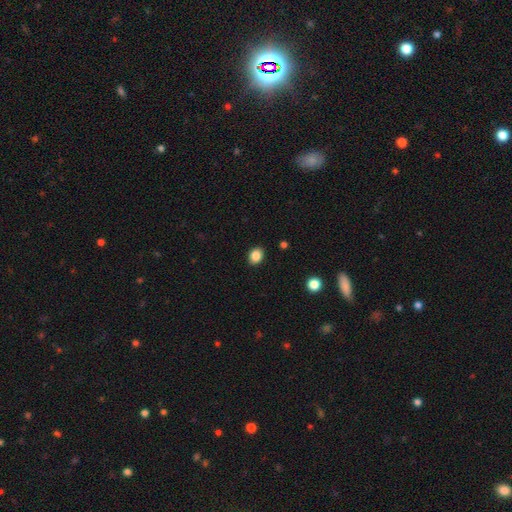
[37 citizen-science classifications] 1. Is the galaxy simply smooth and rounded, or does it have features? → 97% smooth, 3% featured or disk, 0% star or artifact.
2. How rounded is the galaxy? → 53% round, 44% in between, 3% cigar-shaped.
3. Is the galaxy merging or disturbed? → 92% none, 5% minor disturbance, 3% major disturbance, 0% merger.